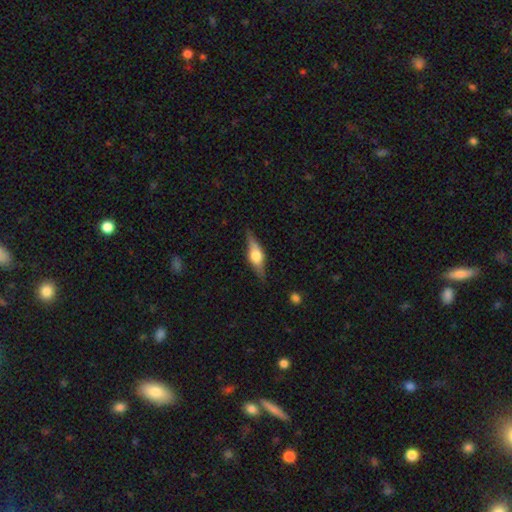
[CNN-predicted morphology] This appears to be a featured or disk galaxy (67%) viewed edge-on (95%) with a rounded central bulge (92%). Merging: none (85%).